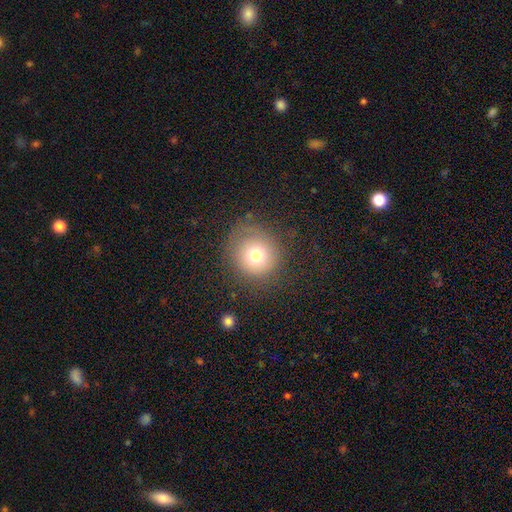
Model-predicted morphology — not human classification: smooth-or-featured: smooth: 73% | featured or disk: 14% | star or artifact: 13%
  how-rounded: round: 91% | in between: 8% | cigar-shaped: 1%
  merging: none: 75% | minor disturbance: 15% | major disturbance: 9% | merger: 2%